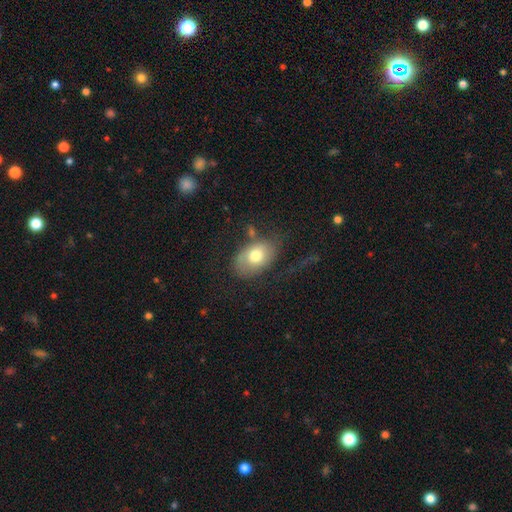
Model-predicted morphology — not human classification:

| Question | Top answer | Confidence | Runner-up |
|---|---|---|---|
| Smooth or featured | smooth | 66% | featured or disk (26%) |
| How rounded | in between | 86% | round (13%) |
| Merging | none | 50% | minor disturbance (25%) |